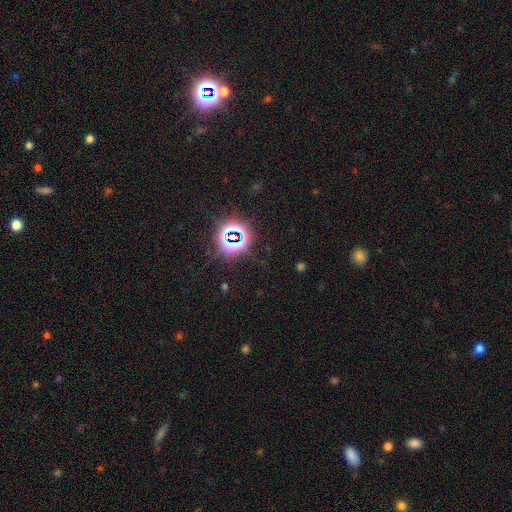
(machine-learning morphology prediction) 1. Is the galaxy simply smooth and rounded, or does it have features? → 79% star or artifact, 13% smooth, 7% featured or disk.